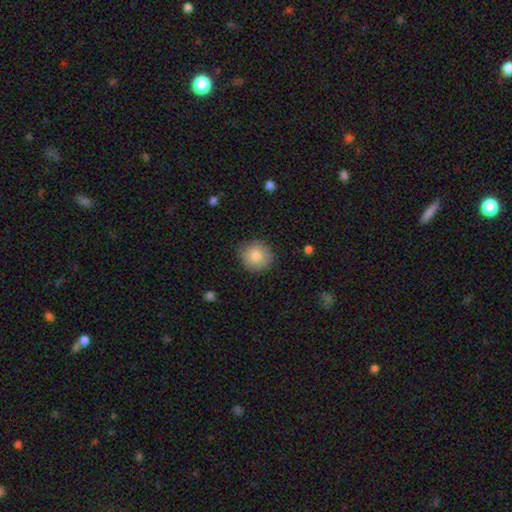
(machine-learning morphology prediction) Smooth or featured: smooth — 83% (featured or disk — 9%)
How rounded: round — 92% (in between — 7%)
Merging: none — 87% (minor disturbance — 10%)